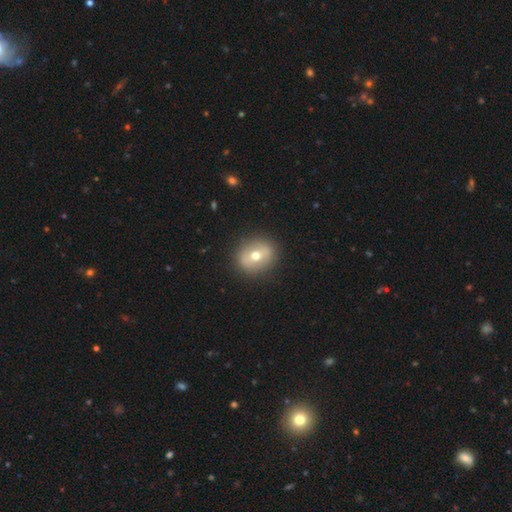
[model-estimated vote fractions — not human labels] This is possibly a smooth galaxy (56%). How rounded: likely round (70%). Merging: clearly none (88%).